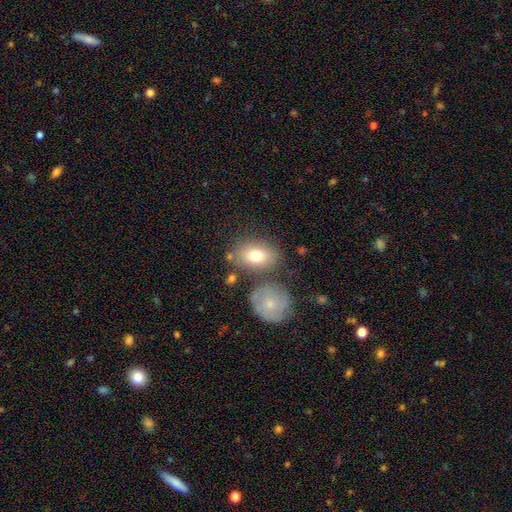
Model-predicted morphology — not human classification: Smooth or featured? smooth (74%)
How rounded? in between (78%)
Merging? none (69%)